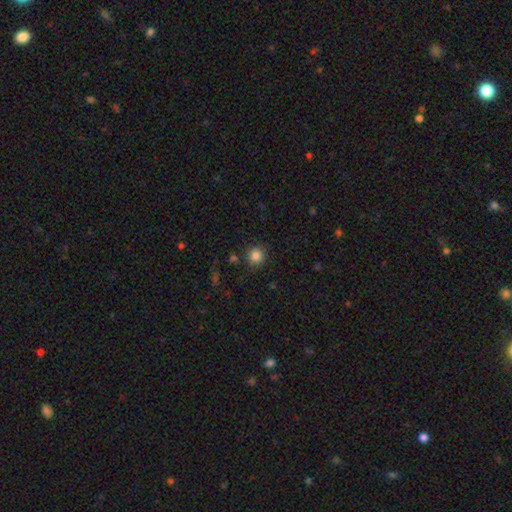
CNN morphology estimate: Q: Smooth or featured?
A: smooth (85%); runner-up: star or artifact (11%)
Q: How rounded?
A: round (92%); runner-up: in between (7%)
Q: Merging?
A: none (87%); runner-up: minor disturbance (8%)